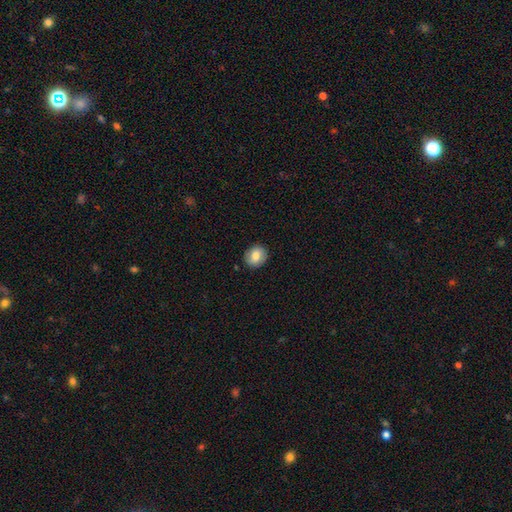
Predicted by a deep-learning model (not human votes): The model was most divided on "how rounded": round: 80%, in between: 19%, cigar-shaped: 1%. More confident: merging — none (88%); smooth or featured — smooth (80%).